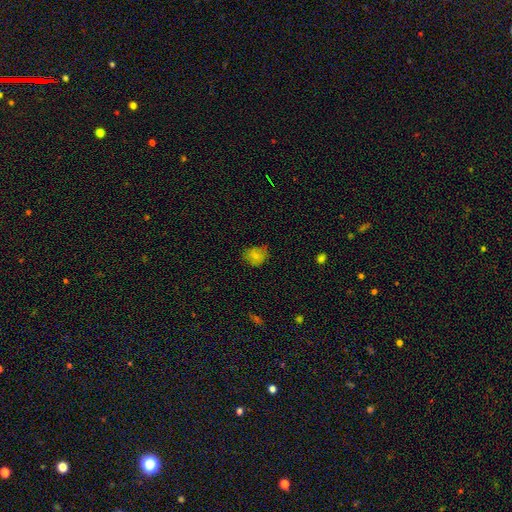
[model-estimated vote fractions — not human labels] The model was most divided on "how rounded": round: 61%, in between: 38%, cigar-shaped: 1%. More confident: smooth or featured — smooth (78%); merging — none (66%).